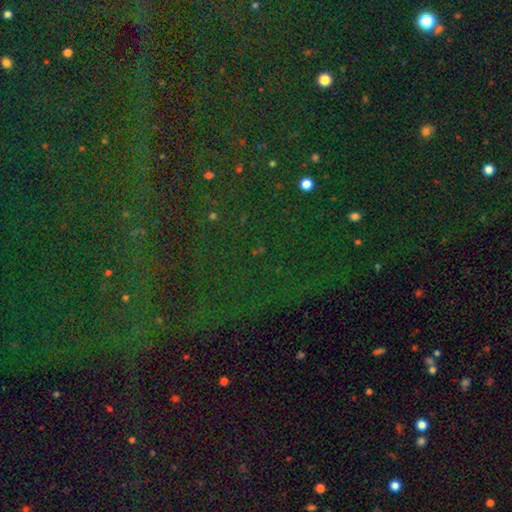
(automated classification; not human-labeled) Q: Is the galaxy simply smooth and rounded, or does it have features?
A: star or artifact — 84%.